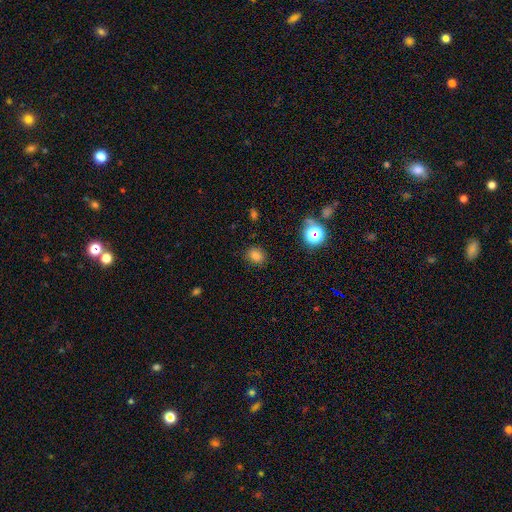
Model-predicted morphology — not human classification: A smooth galaxy with no disk features (77%) that is round (63%).

Vote fractions:
- Smooth or featured? smooth: 77% / star or artifact: 17% / featured or disk: 6%
- How rounded? round: 63% / in between: 36% / cigar-shaped: 1%
- Merging? none: 86% / minor disturbance: 10% / major disturbance: 3% / merger: 2%